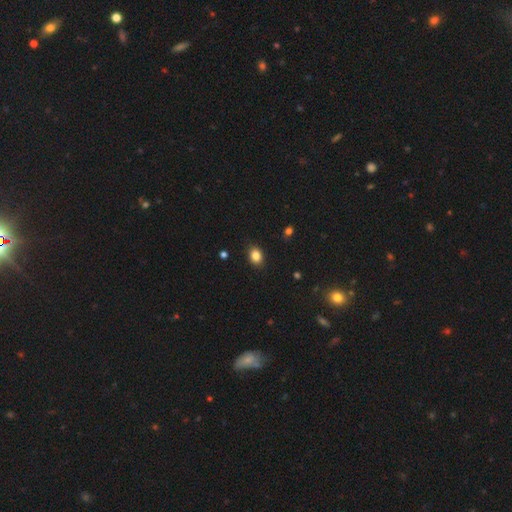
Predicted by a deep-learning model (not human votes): Morphology: type=smooth (85%); roundness=in between (62%); merging=none (87%).